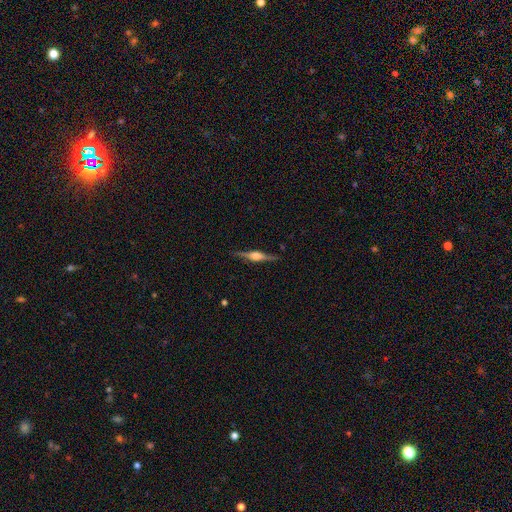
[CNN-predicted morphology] type=featured or disk (81%); edge-on=yes (98%); edge-on bulge=rounded (82%); merging=none (88%).